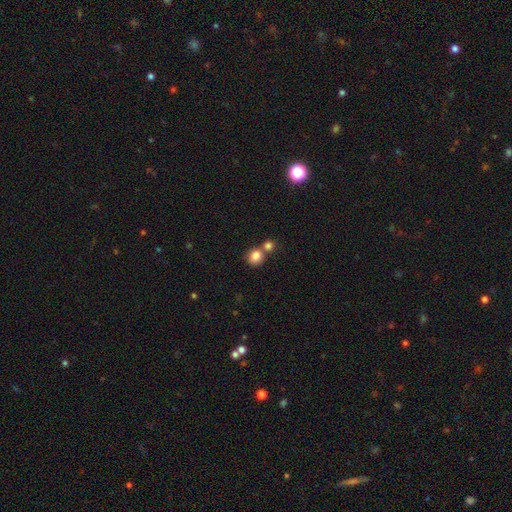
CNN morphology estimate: smooth 83%, star or artifact 10%, featured or disk 7%. Down the decision tree: how rounded — round (83%); merging — none (50%).